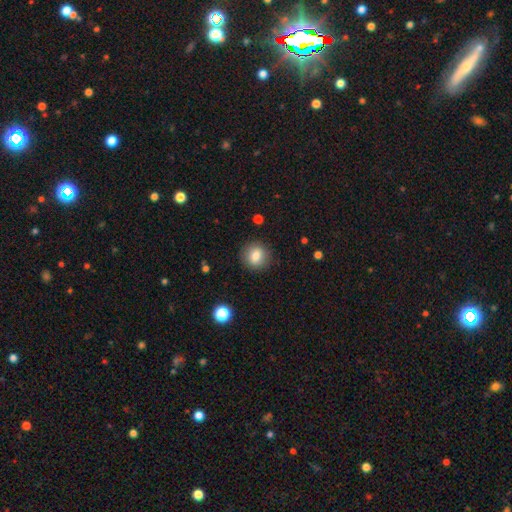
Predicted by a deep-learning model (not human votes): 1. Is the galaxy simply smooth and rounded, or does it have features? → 83% smooth, 9% star or artifact, 8% featured or disk.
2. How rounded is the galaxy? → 86% round, 13% in between, 1% cigar-shaped.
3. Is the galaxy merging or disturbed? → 89% none, 8% minor disturbance, 3% major disturbance, 1% merger.